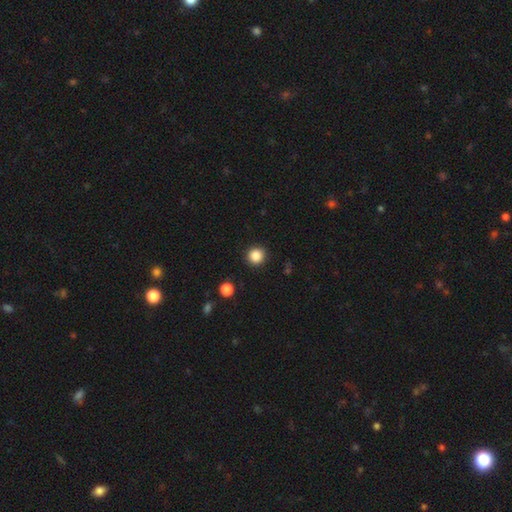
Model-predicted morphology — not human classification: smooth 86%, star or artifact 11%, featured or disk 3%. Down the decision tree: how rounded — round (93%); merging — none (91%).